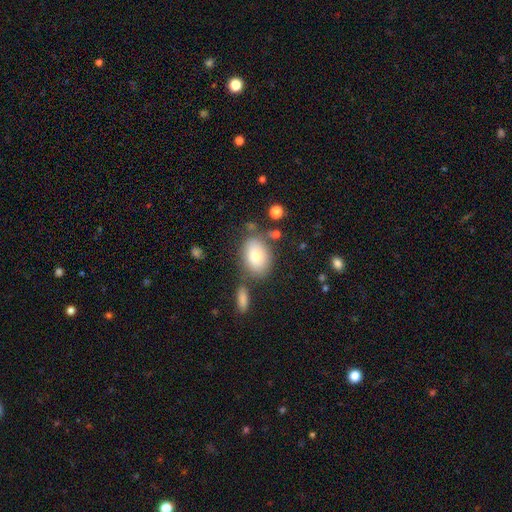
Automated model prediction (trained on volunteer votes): This appears to be a smooth galaxy with no disk features (78%) that is in between round and cigar-shaped (81%). Merging: none (67%).